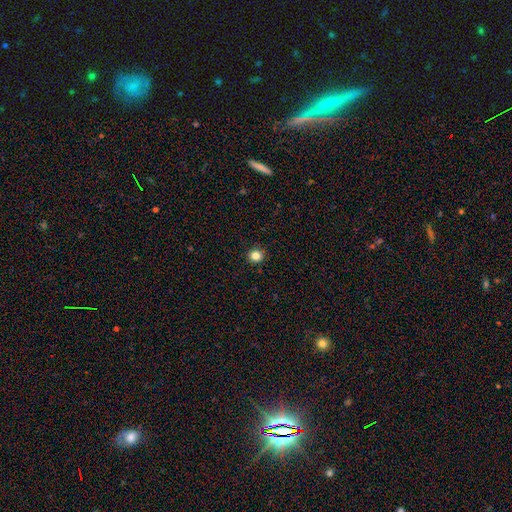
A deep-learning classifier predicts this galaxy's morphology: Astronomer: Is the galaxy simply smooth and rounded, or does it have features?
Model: smooth — 84%.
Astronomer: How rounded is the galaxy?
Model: round — 87%.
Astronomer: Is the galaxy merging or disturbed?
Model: none — 92%.